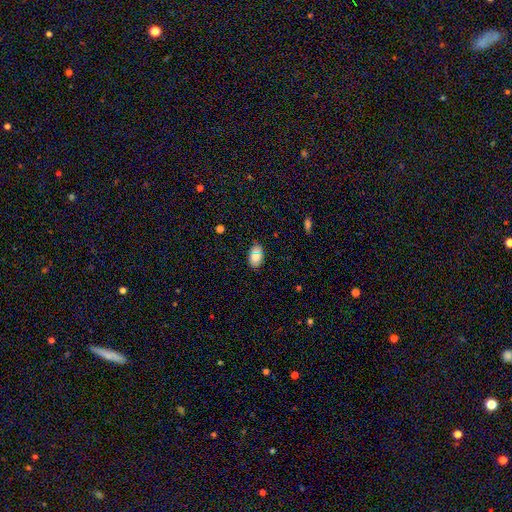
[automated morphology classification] smooth 77%, featured or disk 13%, star or artifact 10%. Down the decision tree: how rounded — in between (90%); merging — none (79%).